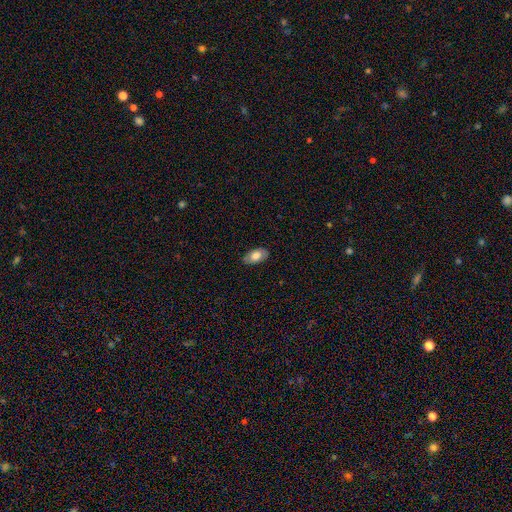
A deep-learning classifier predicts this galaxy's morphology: This appears to be a smooth galaxy with no disk features (74%) that is in between round and cigar-shaped (94%). Merging: none (85%).